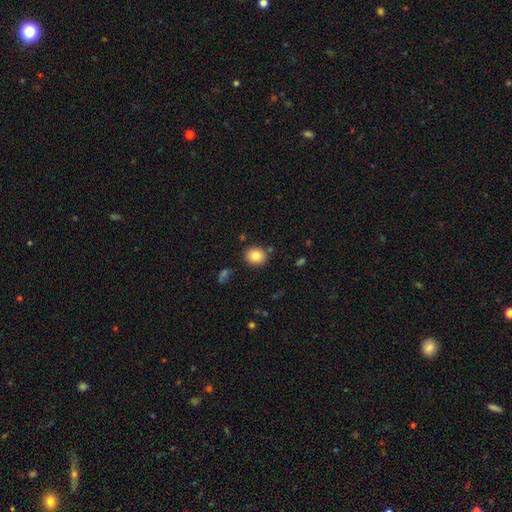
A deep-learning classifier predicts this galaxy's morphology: A smooth galaxy with no disk features (83%) that is round (77%). Merging: none (87%).